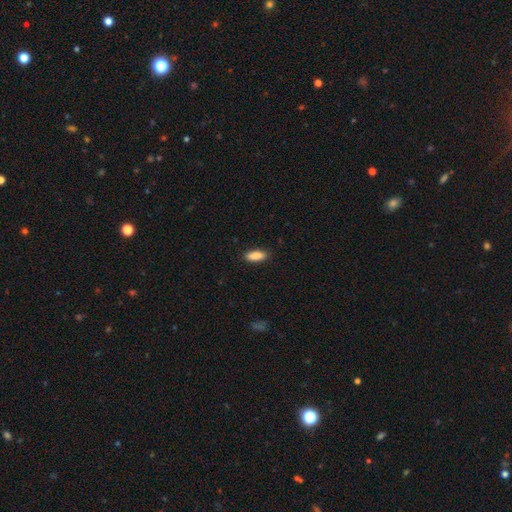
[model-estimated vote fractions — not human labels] smooth-or-featured: smooth: 88% | star or artifact: 7% | featured or disk: 5%
  how-rounded: in between: 74% | cigar-shaped: 24% | round: 2%
  merging: none: 88% | minor disturbance: 9% | major disturbance: 2% | merger: 1%